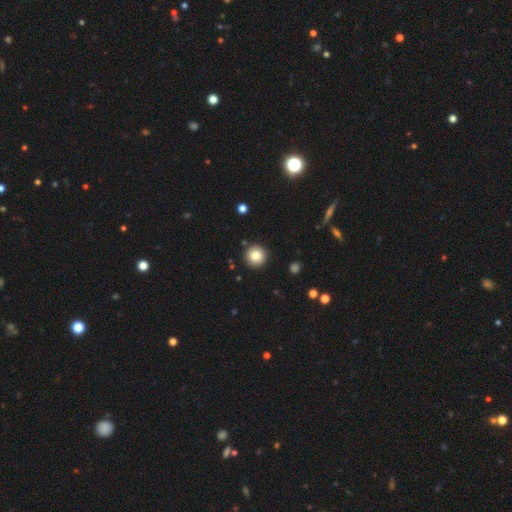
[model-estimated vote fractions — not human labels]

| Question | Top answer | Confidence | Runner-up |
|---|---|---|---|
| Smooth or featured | smooth | 82% | star or artifact (10%) |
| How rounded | round | 96% | in between (3%) |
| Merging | none | 91% | minor disturbance (6%) |